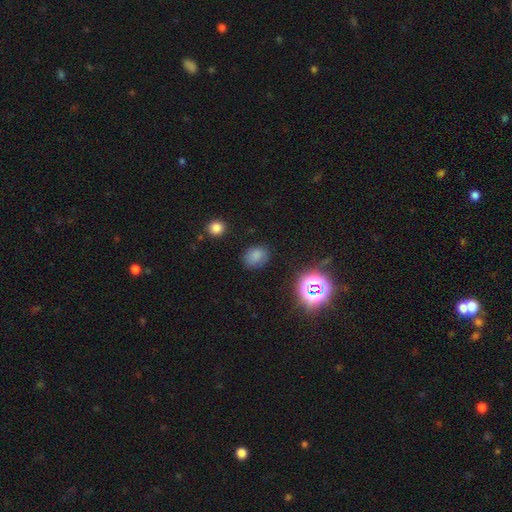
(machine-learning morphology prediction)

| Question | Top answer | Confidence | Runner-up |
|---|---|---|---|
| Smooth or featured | smooth | 75% | star or artifact (18%) |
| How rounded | round | 54% | in between (44%) |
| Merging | none | 79% | minor disturbance (15%) |